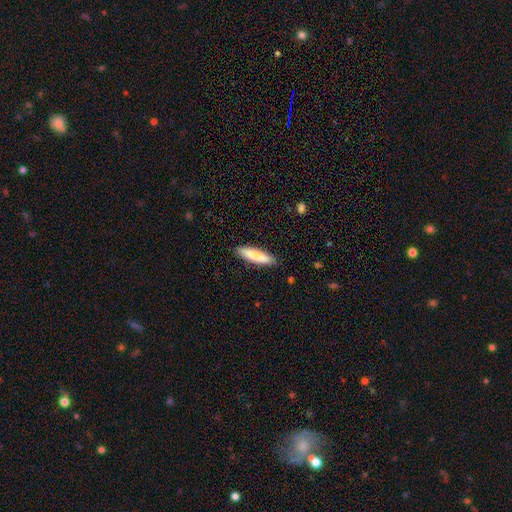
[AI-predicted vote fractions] A smooth galaxy with no disk features (84%) that is cigar-shaped (78%). Merging: none (88%).